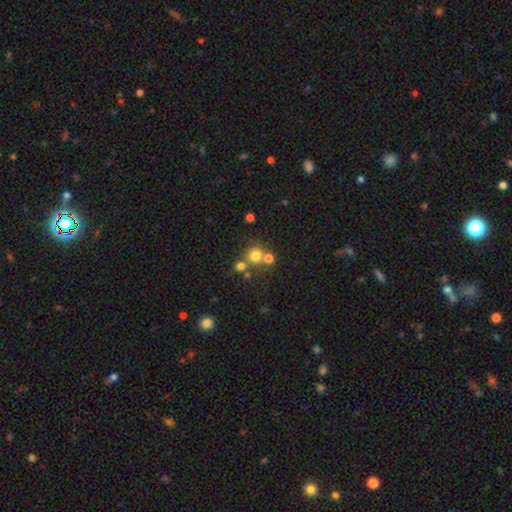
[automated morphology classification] Smooth or featured: smooth — 73% (star or artifact — 17%)
How rounded: round — 91% (in between — 8%)
Merging: none — 60% (merger — 29%)